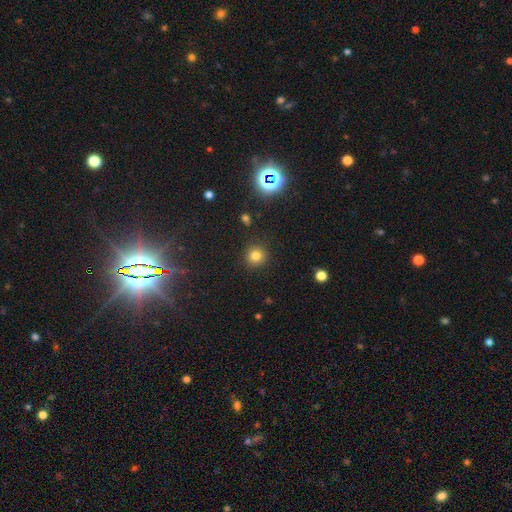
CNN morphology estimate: smooth-or-featured: smooth: 79% | star or artifact: 15% | featured or disk: 6%
  how-rounded: round: 92% | in between: 7% | cigar-shaped: 1%
  merging: none: 90% | minor disturbance: 6% | major disturbance: 2% | merger: 2%